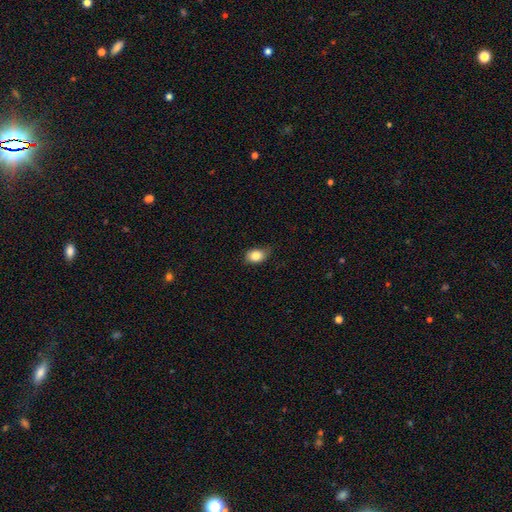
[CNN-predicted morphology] Smooth or featured? Predicted: smooth (p=0.84). How rounded? Predicted: in between (p=0.77). Merging? Predicted: none (p=0.70).